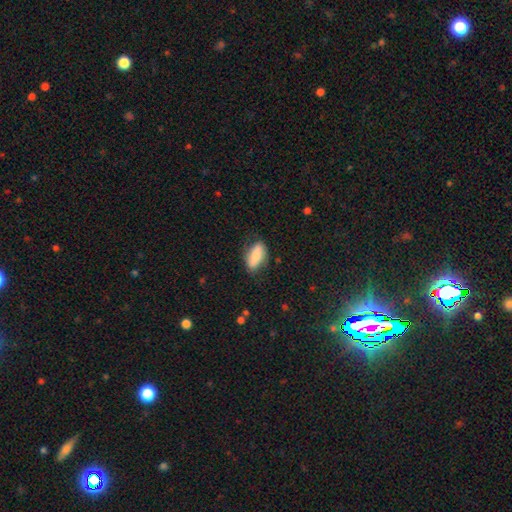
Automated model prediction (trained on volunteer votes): Q: Smooth or featured?
A: smooth (77%); runner-up: featured or disk (17%)
Q: How rounded?
A: in between (80%); runner-up: cigar-shaped (17%)
Q: Merging?
A: none (71%); runner-up: minor disturbance (21%)